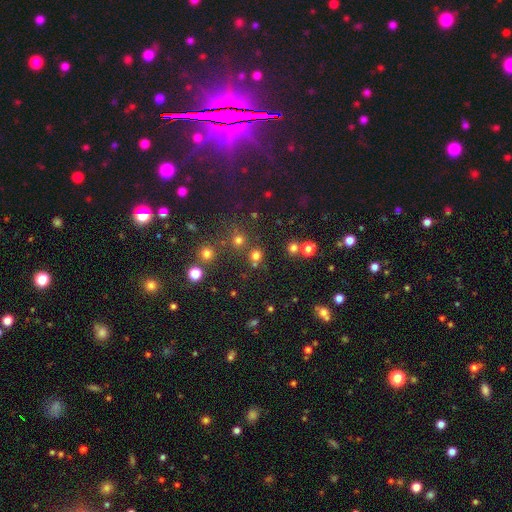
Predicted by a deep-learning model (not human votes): Smooth or featured? Predicted: smooth (p=0.72). How rounded? Predicted: round (p=0.88). Merging? Predicted: none (p=0.75).